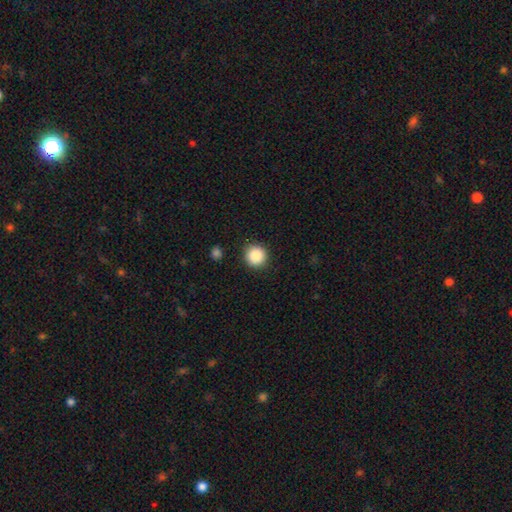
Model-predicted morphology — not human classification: This is clearly a smooth galaxy (88%). How rounded: clearly round (95%). Merging: clearly none (91%).